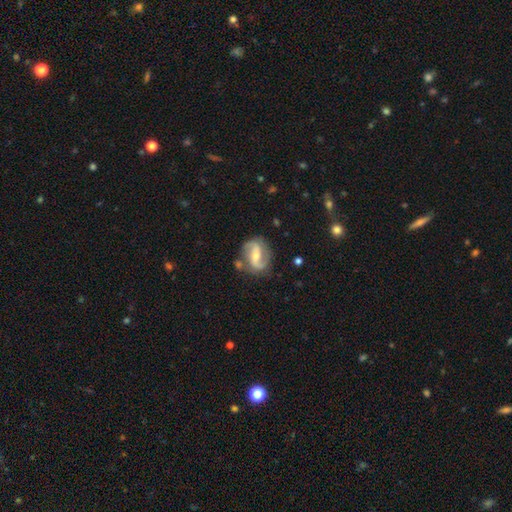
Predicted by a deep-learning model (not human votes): smooth-or-featured: featured or disk: 83% | smooth: 11% | star or artifact: 6%
  disk-edge-on: no: 97% | yes: 3%
    bar: weak: 39% | strong: 32% | no: 29%
    has-spiral-arms: yes: 94% | no: 6%
      spiral-winding: loose: 45% | medium: 41% | tight: 14%
      spiral-arm-count: 2: 90% | can't tell: 4% | 1: 3% | 3: 2% | 4: 1% | more than 4: 1%
    bulge-size: moderate: 50% | small: 45% | large: 3% | none: 2% | dominant: 1%
  merging: none: 74% | minor disturbance: 15% | major disturbance: 6% | merger: 5%